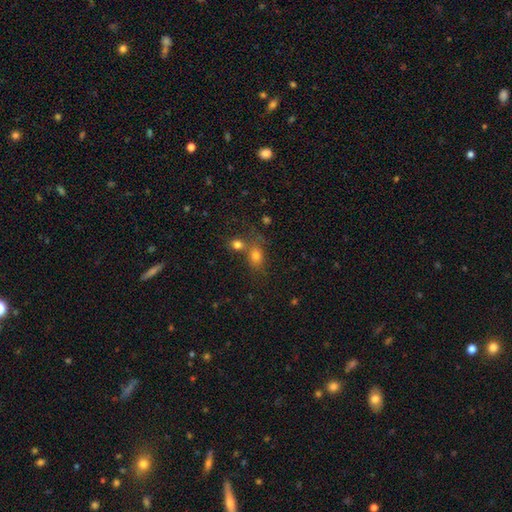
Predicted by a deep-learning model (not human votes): Overall: smooth (76%). How rounded: in between (60%; round 37%). Merging: none (47%; merger 36%).